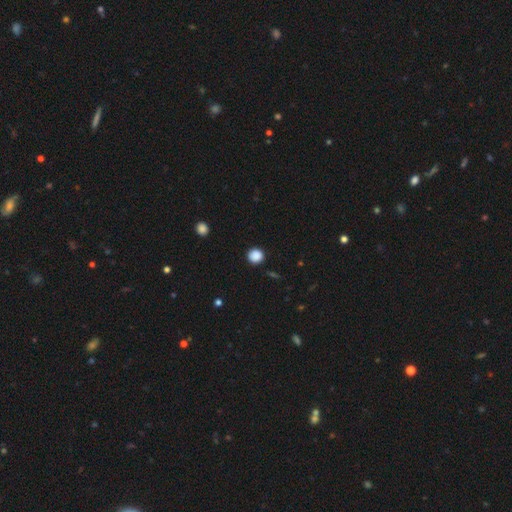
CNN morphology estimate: The model was most divided on "smooth or featured": smooth: 88%, star or artifact: 10%, featured or disk: 3%. More confident: how rounded — round (92%); merging — none (90%).